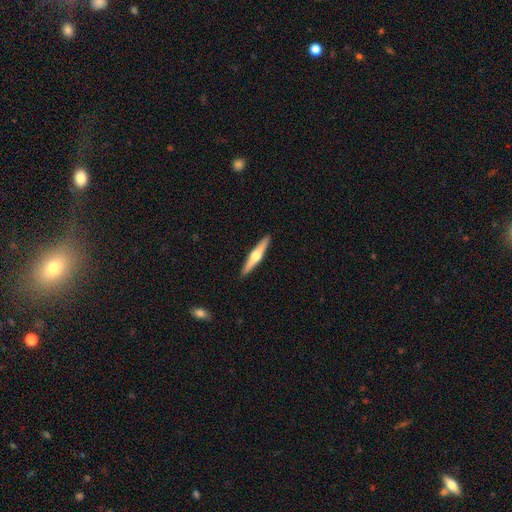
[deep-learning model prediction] Smooth or featured: featured or disk — 64% (smooth — 31%)
Edge-on disk: yes — 97% (no — 3%)
Edge-on bulge: rounded — 94% (none — 3%)
Merging: none — 92% (minor disturbance — 6%)